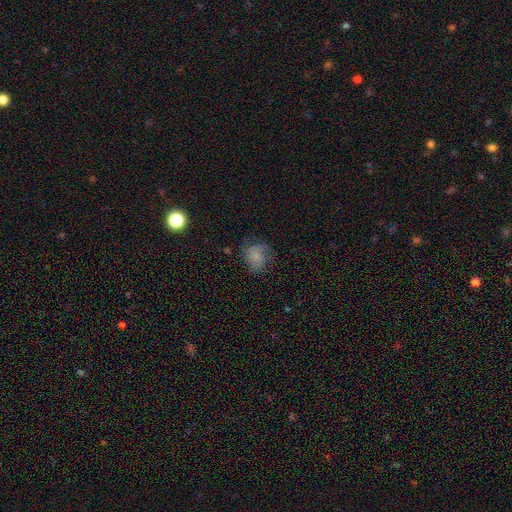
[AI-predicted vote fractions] Smooth or featured?
  - smooth: 61% *
  - featured or disk: 26%
  - star or artifact: 12%
How rounded?
  - round: 60% *
  - in between: 39%
  - cigar-shaped: 1%
Merging?
  - none: 54% *
  - minor disturbance: 26%
  - major disturbance: 18%
  - merger: 2%